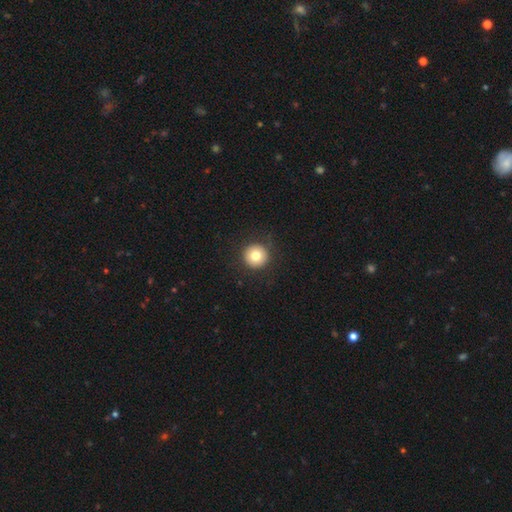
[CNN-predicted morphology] type=smooth (79%); roundness=round (96%); merging=none (90%).